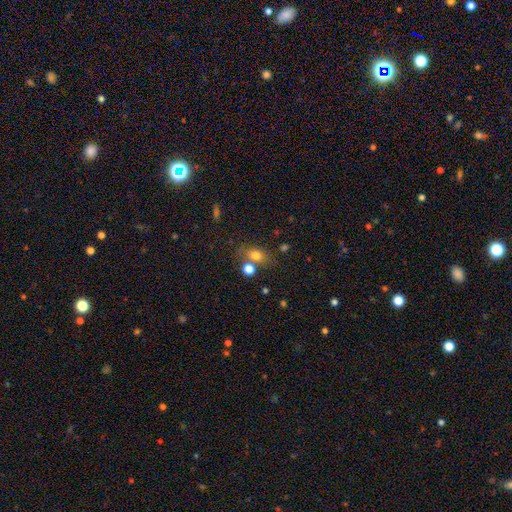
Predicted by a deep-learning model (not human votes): smooth-or-featured: smooth: 76% | star or artifact: 13% | featured or disk: 11%
  how-rounded: in between: 66% | round: 31% | cigar-shaped: 2%
  merging: none: 59% | merger: 21% | minor disturbance: 14% | major disturbance: 6%